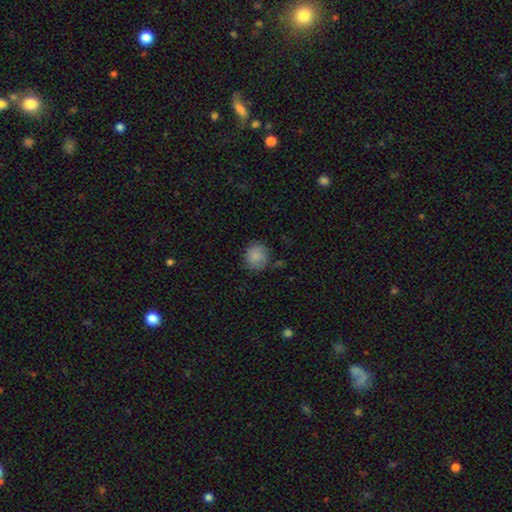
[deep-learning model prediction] Overall: smooth (85%). How rounded: round (80%). Merging: none (77%).